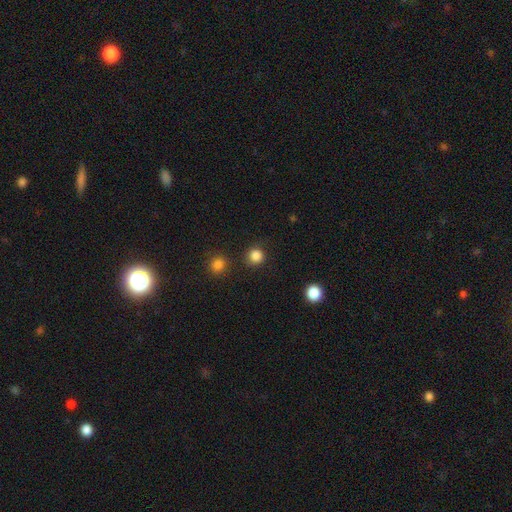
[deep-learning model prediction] The model was most divided on "smooth or featured": smooth: 85%, star or artifact: 12%, featured or disk: 3%. More confident: how rounded — round (93%); merging — none (87%).